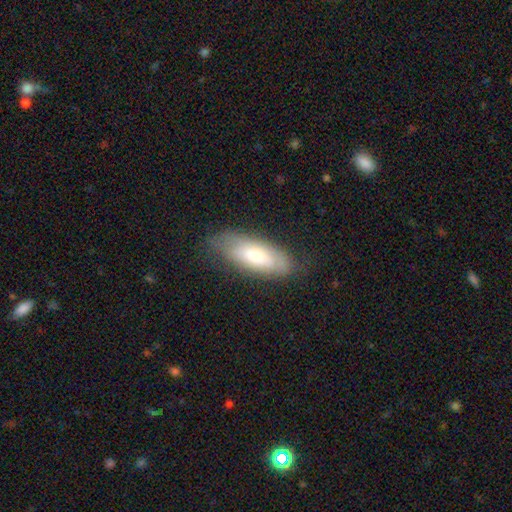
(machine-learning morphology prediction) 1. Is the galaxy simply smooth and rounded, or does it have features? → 64% smooth, 29% featured or disk, 7% star or artifact.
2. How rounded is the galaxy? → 74% in between, 24% cigar-shaped, 2% round.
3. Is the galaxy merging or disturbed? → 69% none, 23% minor disturbance, 6% major disturbance, 1% merger.